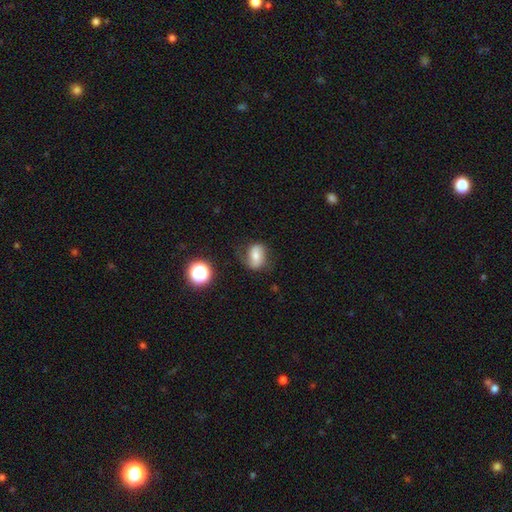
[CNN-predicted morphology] The model was most divided on "smooth or featured": smooth: 57%, featured or disk: 32%, star or artifact: 12%. More confident: how rounded — in between (72%); merging — none (60%).